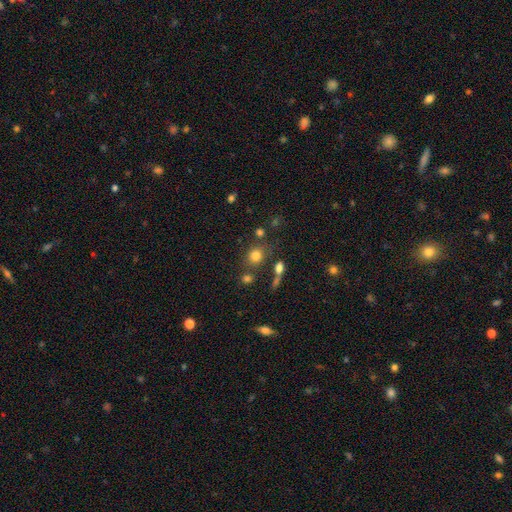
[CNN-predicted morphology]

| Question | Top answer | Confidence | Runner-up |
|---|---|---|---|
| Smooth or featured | smooth | 78% | star or artifact (13%) |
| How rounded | round | 74% | in between (24%) |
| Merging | none | 68% | merger (14%) |